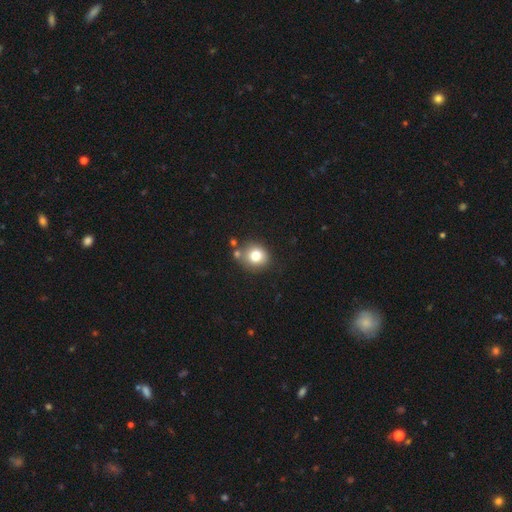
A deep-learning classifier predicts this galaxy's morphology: smooth_or_featured: smooth (p=0.79) [alt: star or artifact p=0.11]
how_rounded: round (p=0.83) [alt: in between p=0.16]
merging: none (p=0.71) [alt: merger p=0.13]